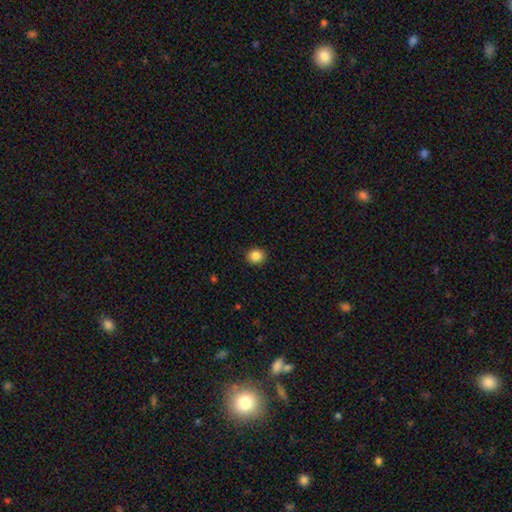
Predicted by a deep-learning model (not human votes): A smooth galaxy with no disk features (86%) that is round (76%).

Vote fractions:
- Smooth or featured? smooth: 86% / star or artifact: 10% / featured or disk: 4%
- How rounded? round: 76% / in between: 23% / cigar-shaped: 1%
- Merging? none: 92% / minor disturbance: 6% / major disturbance: 2% / merger: 1%